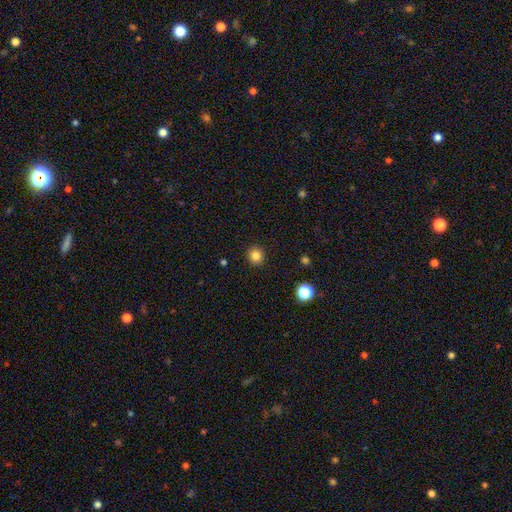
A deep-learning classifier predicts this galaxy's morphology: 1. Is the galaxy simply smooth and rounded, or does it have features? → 83% smooth, 12% star or artifact, 5% featured or disk.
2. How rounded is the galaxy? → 89% round, 10% in between, 1% cigar-shaped.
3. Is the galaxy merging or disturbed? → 92% none, 5% minor disturbance, 2% major disturbance, 1% merger.